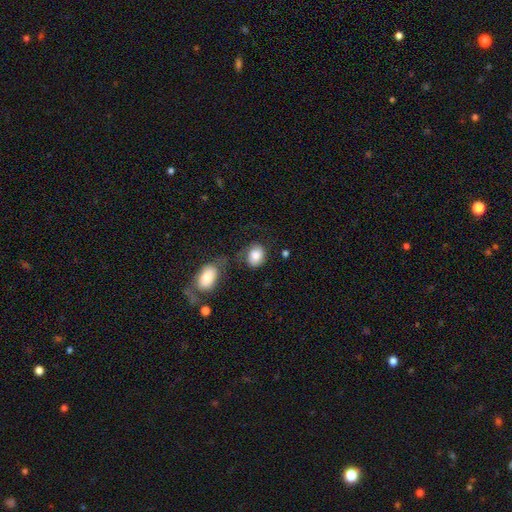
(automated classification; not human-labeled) This appears to be a smooth galaxy with no disk features (83%) that is in between round and cigar-shaped (51%). Merging: none (56%).